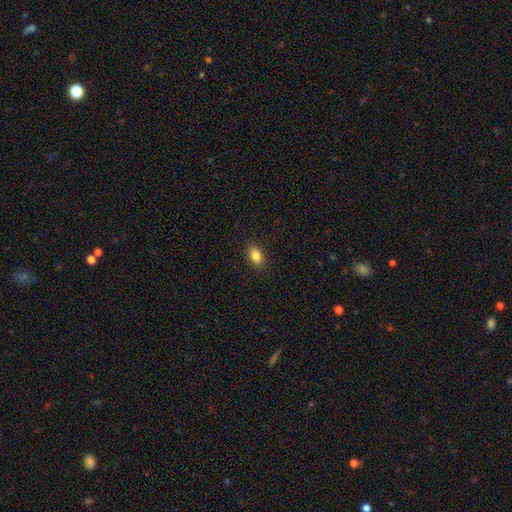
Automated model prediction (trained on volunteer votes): A smooth galaxy with no disk features (85%) that is in between round and cigar-shaped (85%).

Vote fractions:
- Smooth or featured? smooth: 85% / star or artifact: 9% / featured or disk: 6%
- How rounded? in between: 85% / round: 13% / cigar-shaped: 2%
- Merging? none: 89% / minor disturbance: 8% / major disturbance: 2% / merger: 1%